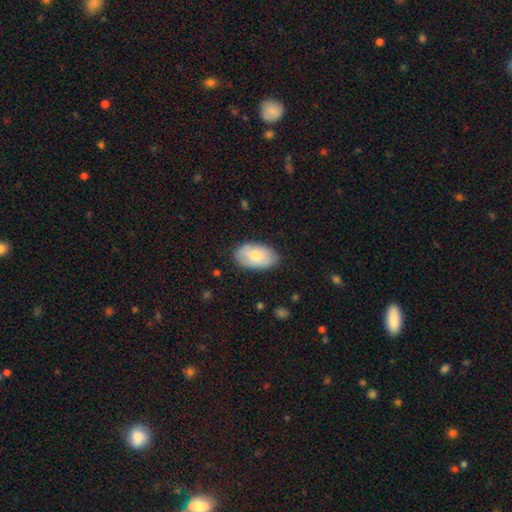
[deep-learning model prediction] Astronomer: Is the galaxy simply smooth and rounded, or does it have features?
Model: smooth — 76%.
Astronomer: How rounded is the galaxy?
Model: in between — 94%.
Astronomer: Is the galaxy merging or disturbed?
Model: none — 80%.